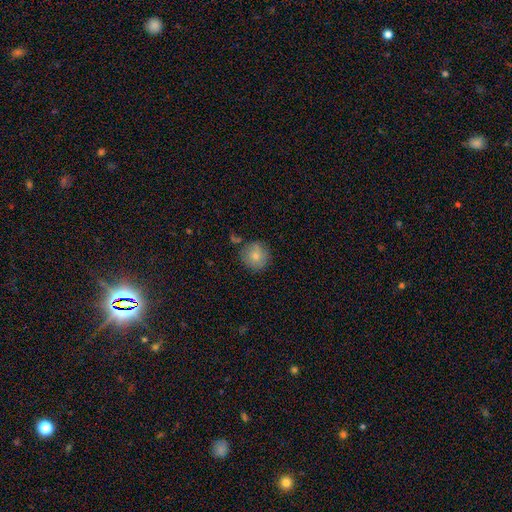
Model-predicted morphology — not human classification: A smooth galaxy with no disk features (79%) that is round (92%). Merging: none (77%).